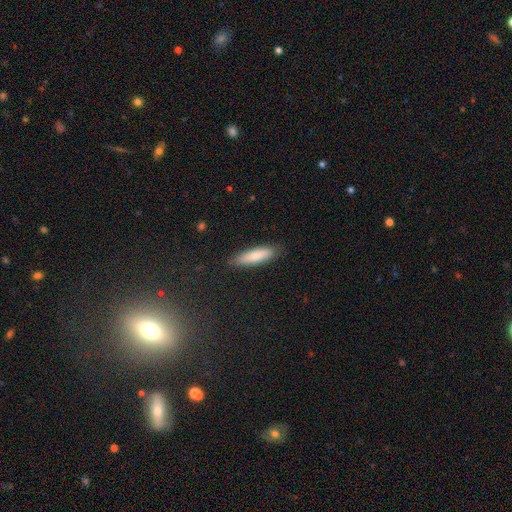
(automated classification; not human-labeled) smooth 81%, featured or disk 13%, star or artifact 6%. Down the decision tree: how rounded — cigar-shaped (65%); merging — none (86%).